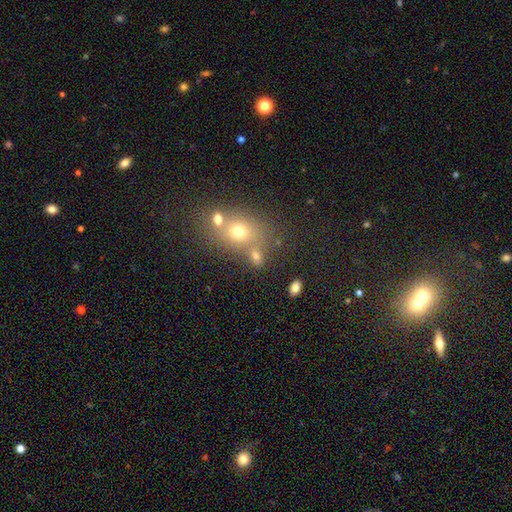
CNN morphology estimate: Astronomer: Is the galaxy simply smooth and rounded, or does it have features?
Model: smooth — 68%.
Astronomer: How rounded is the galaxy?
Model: in between — 58% (runner-up: round, 39%).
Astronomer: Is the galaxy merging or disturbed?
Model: none — 55%.